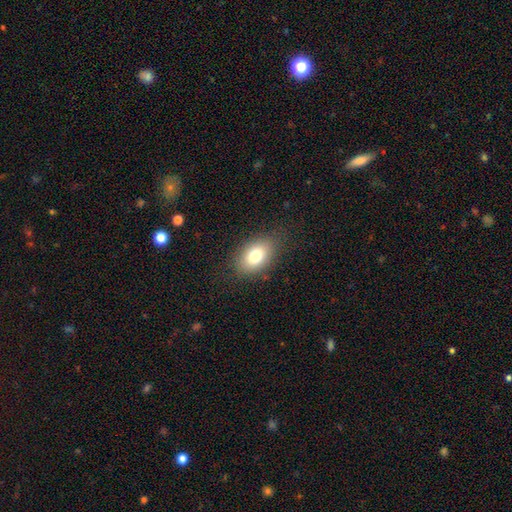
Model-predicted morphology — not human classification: Overall: smooth (78%). How rounded: in between (86%). Merging: none (83%).